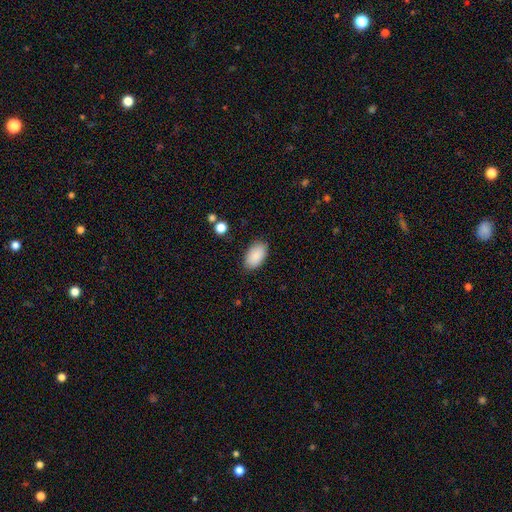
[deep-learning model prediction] This appears to be a smooth galaxy with no disk features (89%) that is in between round and cigar-shaped (95%). Merging: none (85%).